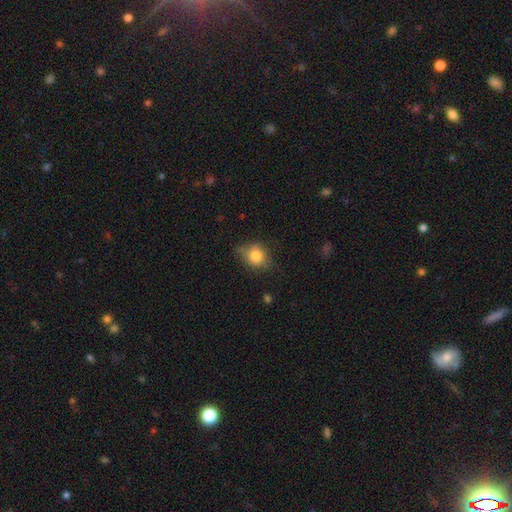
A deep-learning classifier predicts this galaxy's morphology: smooth 80%, featured or disk 10%, star or artifact 10%. Down the decision tree: how rounded — round (66%); merging — none (61%).